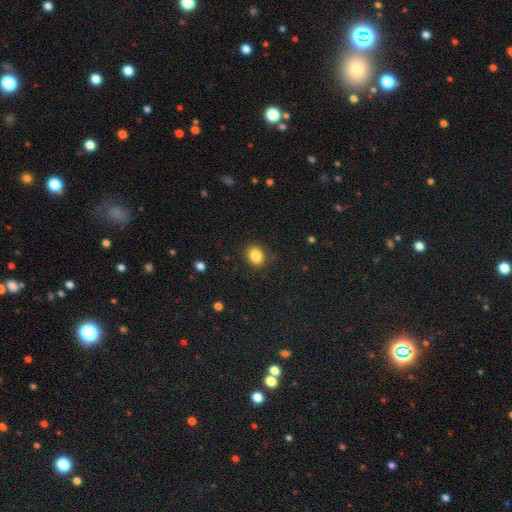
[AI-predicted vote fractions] Smooth or featured? Predicted: smooth (p=0.86). How rounded? Predicted: round (p=0.53). Merging? Predicted: none (p=0.87).